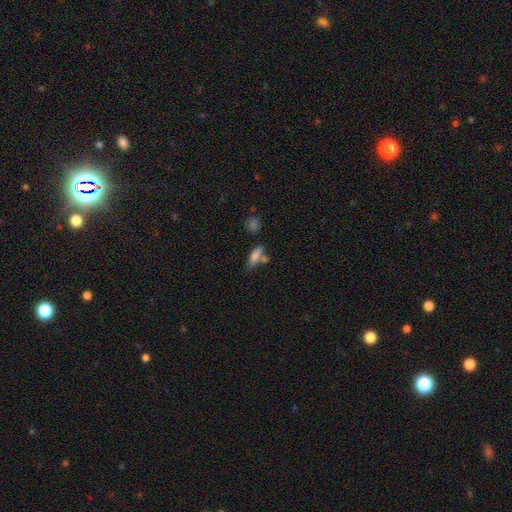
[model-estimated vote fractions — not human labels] smooth-or-featured: smooth: 76% | featured or disk: 14% | star or artifact: 9%
  how-rounded: in between: 57% | cigar-shaped: 39% | round: 4%
  merging: none: 53% | merger: 23% | minor disturbance: 18% | major disturbance: 7%